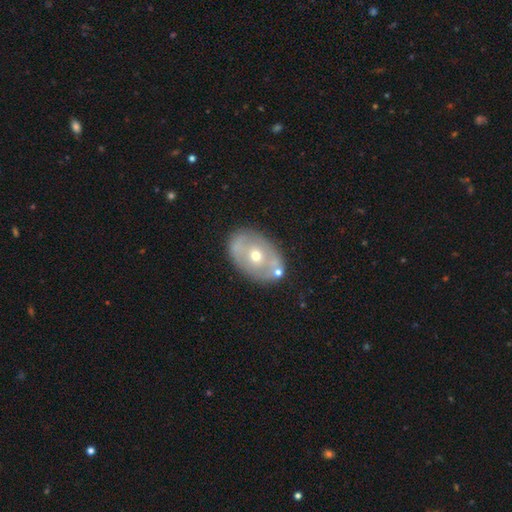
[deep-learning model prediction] This is possibly a featured or disk galaxy (57%). It is clearly not viewed edge-on (92%). Bar: likely no (74%). Spiral arm pattern: likely no (79%). Central bulge: likely moderate (61%). Merging: likely none (75%).